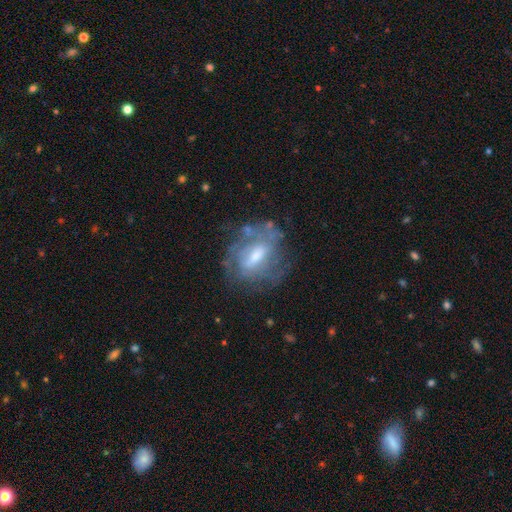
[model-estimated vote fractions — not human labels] smooth-or-featured: featured or disk: 71% | smooth: 21% | star or artifact: 8%
  disk-edge-on: no: 93% | yes: 7%
    bar: weak: 49% | strong: 27% | no: 24%
    has-spiral-arms: yes: 64% | no: 36%
    bulge-size: moderate: 50% | small: 37% | large: 7% | none: 5% | dominant: 1%
  merging: none: 60% | minor disturbance: 22% | major disturbance: 15% | merger: 3%